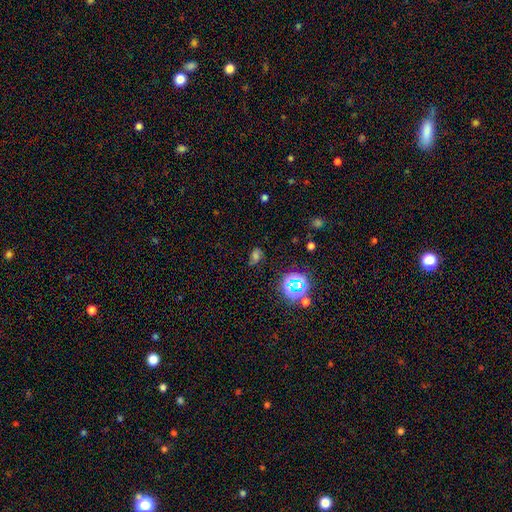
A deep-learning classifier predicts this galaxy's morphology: Overall: smooth (44%; star or artifact 43%). Merging: none (68%).